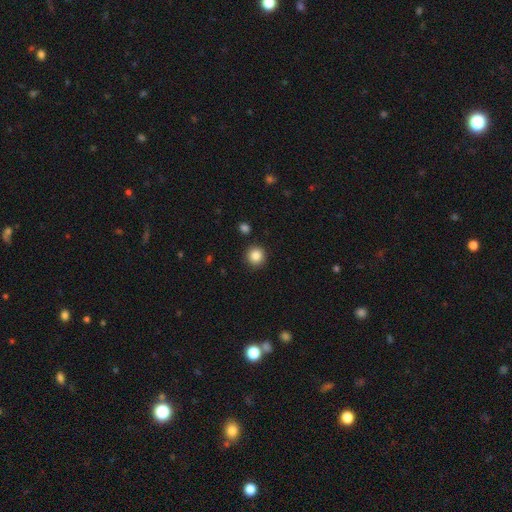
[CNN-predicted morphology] Smooth or featured? smooth (86%)
How rounded? round (94%)
Merging? none (90%)